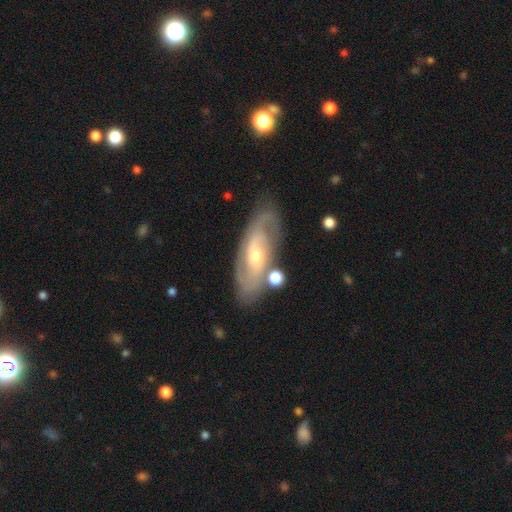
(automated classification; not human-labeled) The model was most divided on "spiral winding": tight: 49%, medium: 38%, loose: 13%. More confident: spiral arms — yes (92%); edge-on disk — no (90%); smooth or featured — featured or disk (81%); merging — none (76%); spiral arm count — 2 (65%); bulge size — small (55%); bar — no (51%).